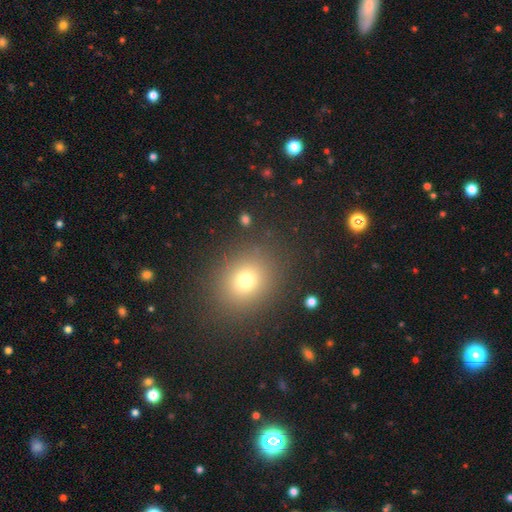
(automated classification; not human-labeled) smooth_or_featured: smooth (p=0.65) [alt: star or artifact p=0.27]
how_rounded: round (p=0.69) [alt: in between p=0.30]
merging: none (p=0.90) [alt: minor disturbance p=0.06]